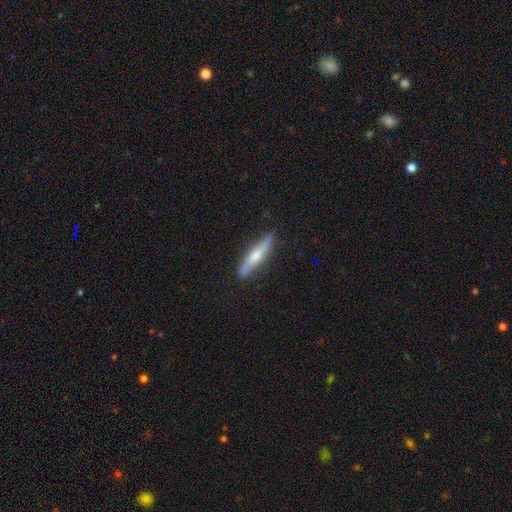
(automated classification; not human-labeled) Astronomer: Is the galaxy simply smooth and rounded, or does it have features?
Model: smooth — 53% (runner-up: featured or disk, 41%).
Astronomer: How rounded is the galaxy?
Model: cigar-shaped — 87%.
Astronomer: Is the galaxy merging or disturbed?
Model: none — 84%.